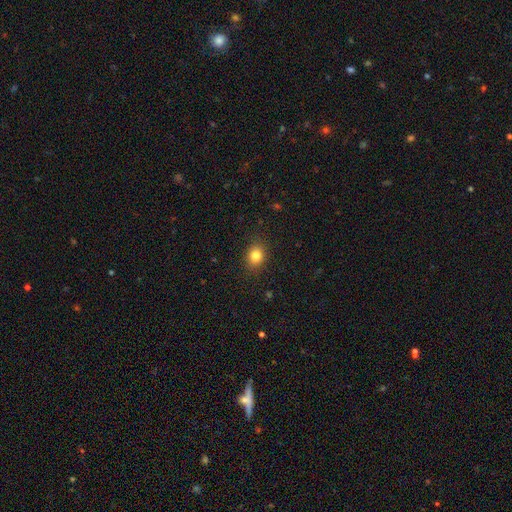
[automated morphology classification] This is clearly a smooth galaxy (82%). How rounded: possibly round (54%). Merging: clearly none (88%).